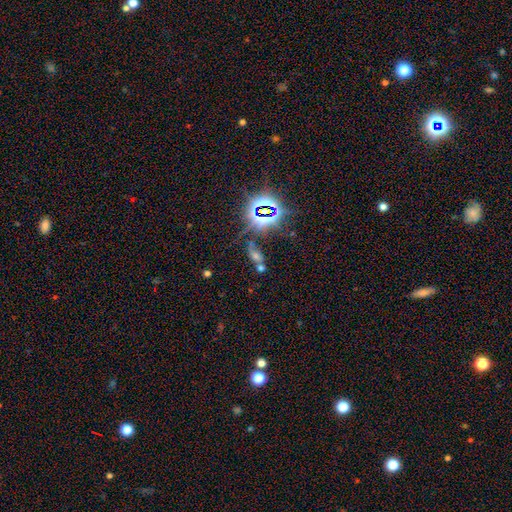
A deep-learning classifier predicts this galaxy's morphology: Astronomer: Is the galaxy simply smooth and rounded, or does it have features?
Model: star or artifact — 56%.